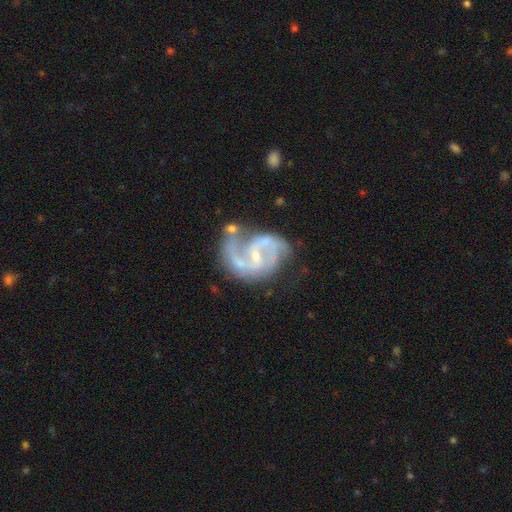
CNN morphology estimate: Smooth or featured? featured or disk (90%)
Edge-on disk? no (98%)
Bar? weak (50%)
Spiral arms? yes (96%)
Spiral winding? medium (56%)
Spiral arm count? 2 (83%)
Bulge size? small (71%)
Merging? none (50%)